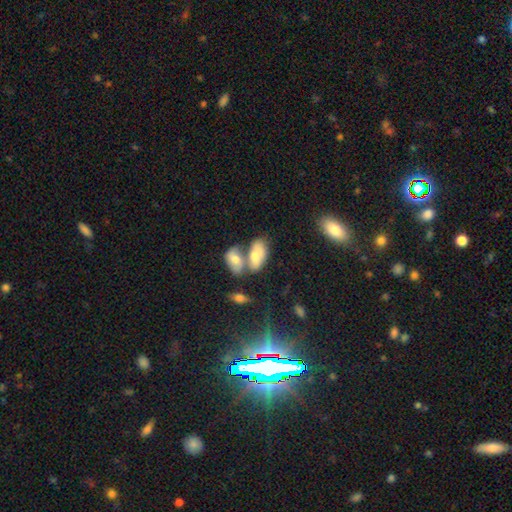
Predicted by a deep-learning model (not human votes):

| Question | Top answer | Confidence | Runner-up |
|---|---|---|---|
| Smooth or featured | smooth | 65% | featured or disk (25%) |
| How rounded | in between | 92% | round (5%) |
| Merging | merger | 54% | none (29%) |